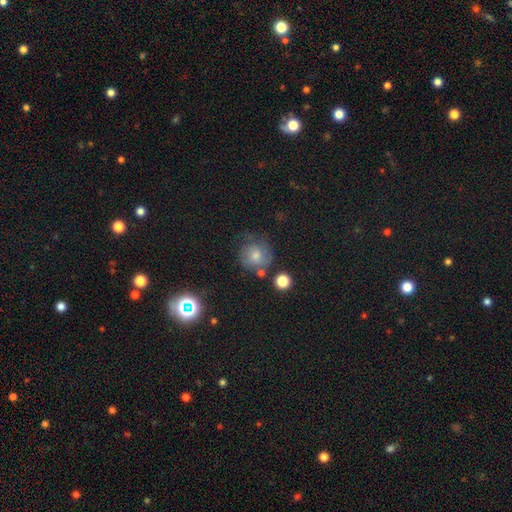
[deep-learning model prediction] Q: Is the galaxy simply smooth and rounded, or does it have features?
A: smooth — 61%.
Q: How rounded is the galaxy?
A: round — 86%.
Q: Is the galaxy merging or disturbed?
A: none — 56%.